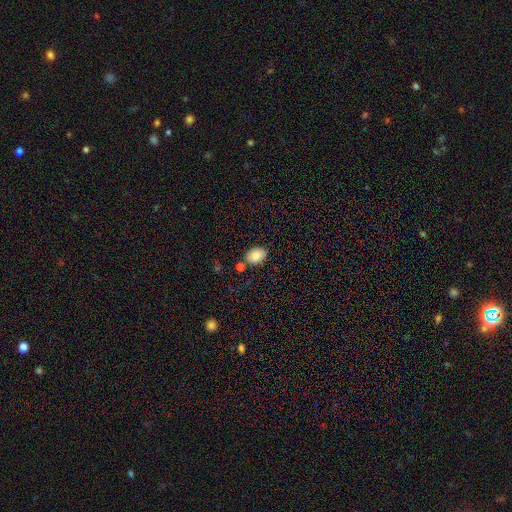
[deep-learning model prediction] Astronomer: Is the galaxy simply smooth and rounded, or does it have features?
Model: smooth — 82%.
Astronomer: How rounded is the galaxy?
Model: in between — 68%.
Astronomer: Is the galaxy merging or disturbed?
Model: none — 78%.